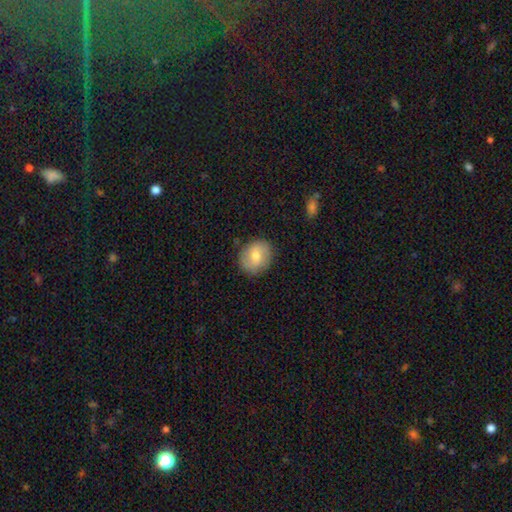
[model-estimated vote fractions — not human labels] Q: Smooth or featured?
A: smooth (67%); runner-up: featured or disk (26%)
Q: How rounded?
A: round (69%); runner-up: in between (30%)
Q: Merging?
A: none (85%); runner-up: minor disturbance (11%)